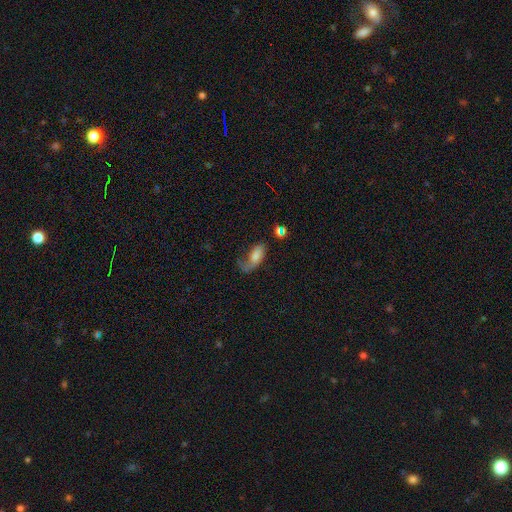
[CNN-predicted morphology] Q: Smooth or featured?
A: smooth (55%); runner-up: featured or disk (35%)
Q: How rounded?
A: in between (84%); runner-up: cigar-shaped (11%)
Q: Merging?
A: major disturbance (44%); runner-up: none (28%)